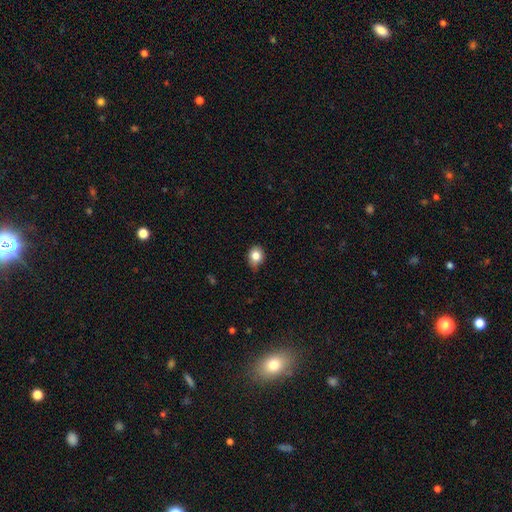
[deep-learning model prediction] This is clearly a smooth galaxy (82%). How rounded: likely round (63%). Merging: likely none (69%).